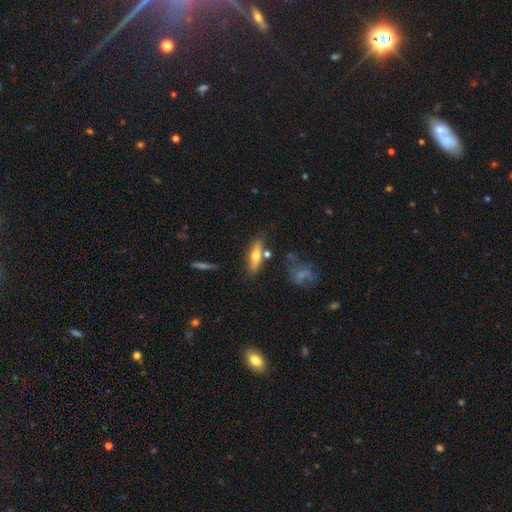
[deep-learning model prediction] Smooth or featured? smooth (54%)
How rounded? cigar-shaped (52%)
Merging? none (71%)